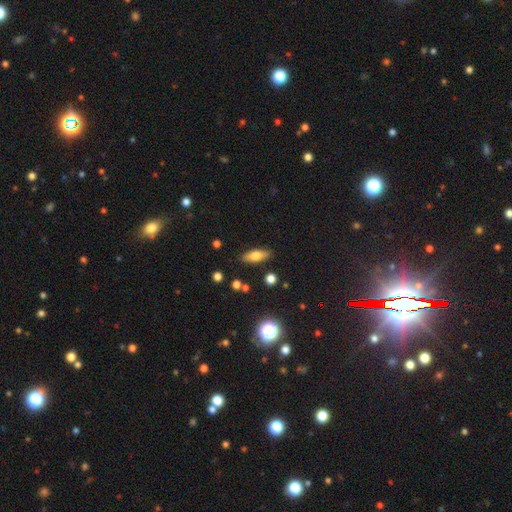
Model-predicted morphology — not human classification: Smooth or featured? smooth (65%)
How rounded? in between (62%)
Merging? none (86%)